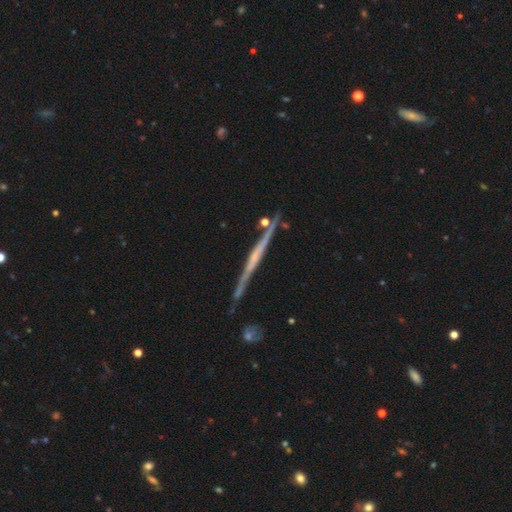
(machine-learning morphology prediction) A featured or disk galaxy (75%) viewed edge-on (97%) with no central bulge (62%). Merging: none (81%).